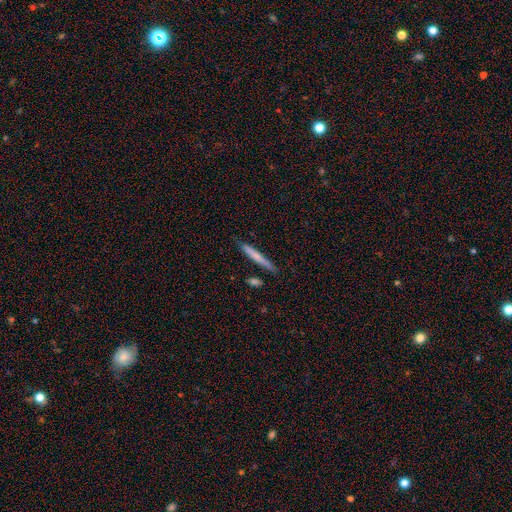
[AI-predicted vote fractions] smooth_or_featured: smooth (p=0.65) [alt: featured or disk p=0.29]
how_rounded: cigar-shaped (p=0.96) [alt: in between p=0.03]
merging: none (p=0.84) [alt: minor disturbance p=0.11]